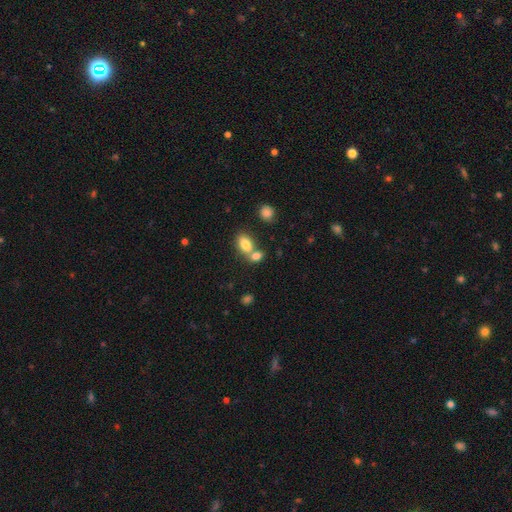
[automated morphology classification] The model was most divided on "merging": merger: 53%, none: 35%, minor disturbance: 8%, major disturbance: 3%. More confident: smooth or featured — smooth (80%); how rounded — in between (76%).